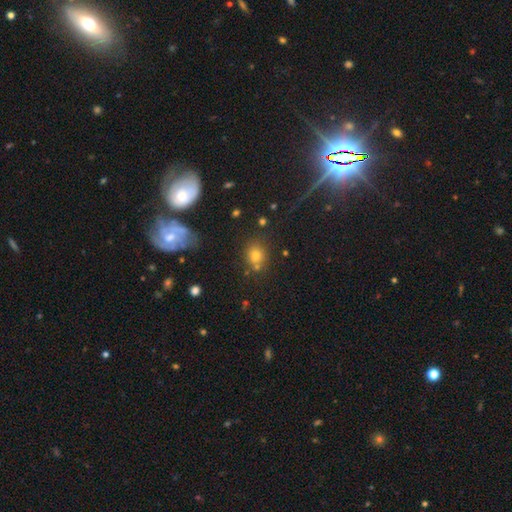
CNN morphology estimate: A smooth galaxy with no disk features (62%) that is round (68%).

Vote fractions:
- Smooth or featured? smooth: 62% / star or artifact: 22% / featured or disk: 16%
- How rounded? round: 68% / in between: 30% / cigar-shaped: 2%
- Merging? none: 68% / minor disturbance: 14% / merger: 12% / major disturbance: 6%